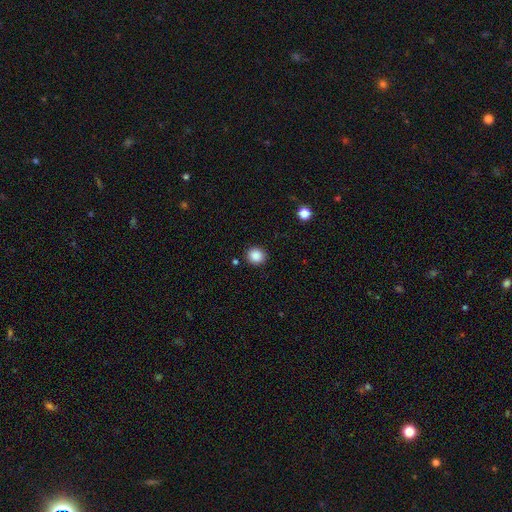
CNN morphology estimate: smooth 87%, star or artifact 10%, featured or disk 3%. Down the decision tree: how rounded — round (85%); merging — none (90%).